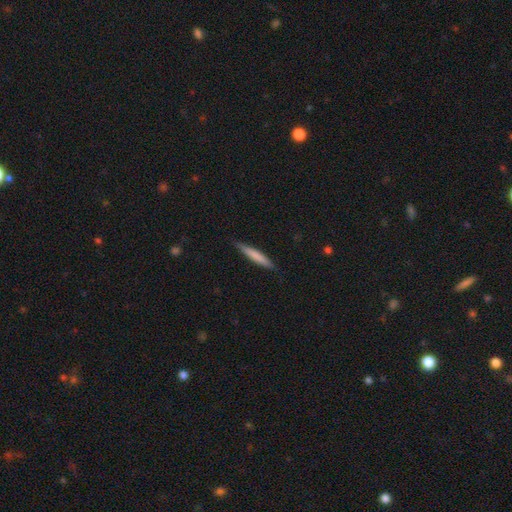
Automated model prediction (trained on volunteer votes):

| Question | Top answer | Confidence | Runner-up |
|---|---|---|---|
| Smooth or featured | smooth | 72% | featured or disk (22%) |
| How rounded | cigar-shaped | 94% | in between (5%) |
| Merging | none | 87% | minor disturbance (10%) |